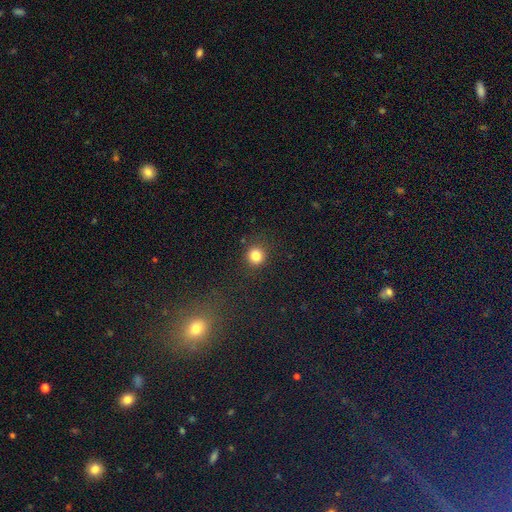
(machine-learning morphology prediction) Overall: smooth (83%). How rounded: round (91%). Merging: none (88%).